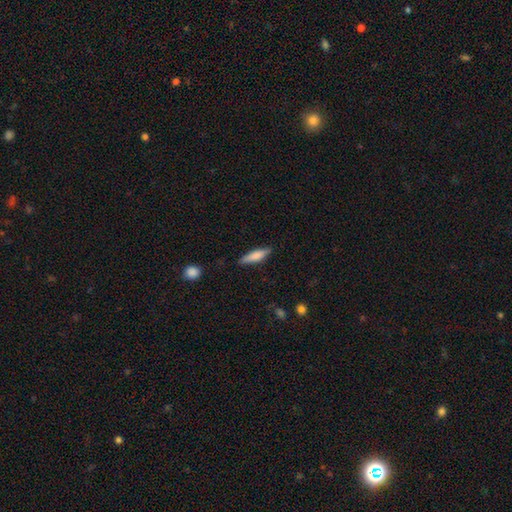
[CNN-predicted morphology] This appears to be a smooth galaxy with no disk features (74%) that is cigar-shaped (65%). Merging: none (82%).